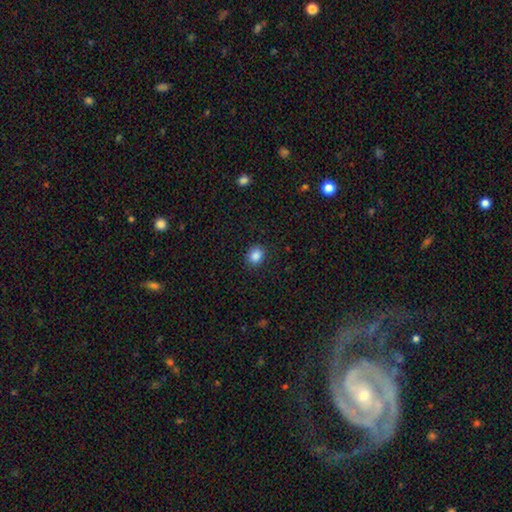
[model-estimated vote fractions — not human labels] Smooth or featured: smooth — 87% (star or artifact — 10%)
How rounded: round — 67% (in between — 33%)
Merging: none — 88% (minor disturbance — 9%)